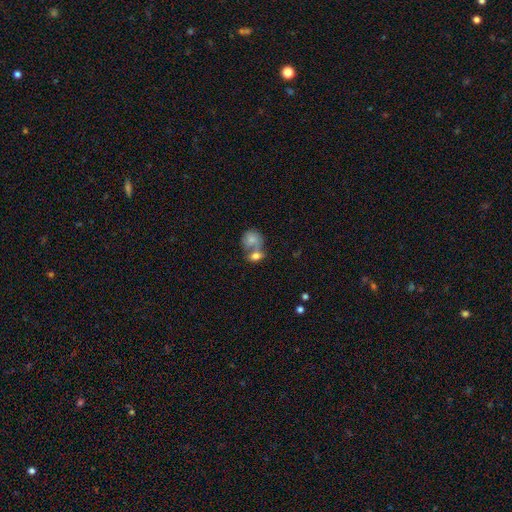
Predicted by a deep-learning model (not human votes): smooth_or_featured: smooth (p=0.74) [alt: featured or disk p=0.17]
how_rounded: in between (p=0.61) [alt: round p=0.37]
merging: merger (p=0.63) [alt: none p=0.24]